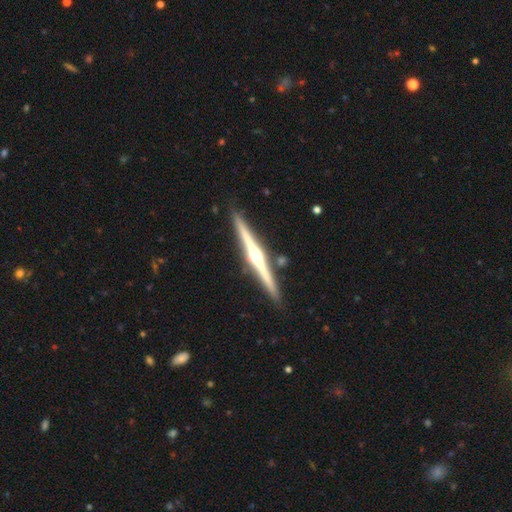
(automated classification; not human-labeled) Smooth or featured?
  - featured or disk: 84% *
  - smooth: 12%
  - star or artifact: 5%
Edge-on disk?
  - yes: 99% *
  - no: 1%
Edge-on bulge?
  - rounded: 92% *
  - none: 5%
  - boxy: 3%
Merging?
  - none: 90% *
  - minor disturbance: 6%
  - merger: 2%
  - major disturbance: 1%